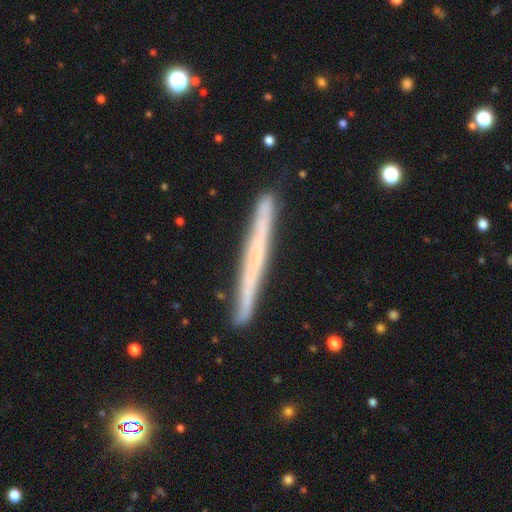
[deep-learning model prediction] This is possibly a featured or disk galaxy (55%). It is clearly viewed edge-on (96%). Edge-on bulge: clearly none (86%). Merging: clearly none (89%).